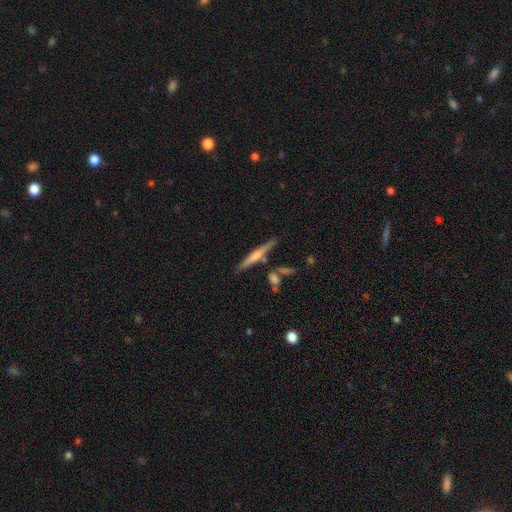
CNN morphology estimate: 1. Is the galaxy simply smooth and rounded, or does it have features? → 49% smooth, 45% featured or disk, 6% star or artifact.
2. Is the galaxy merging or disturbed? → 75% none, 12% minor disturbance, 10% merger, 3% major disturbance.